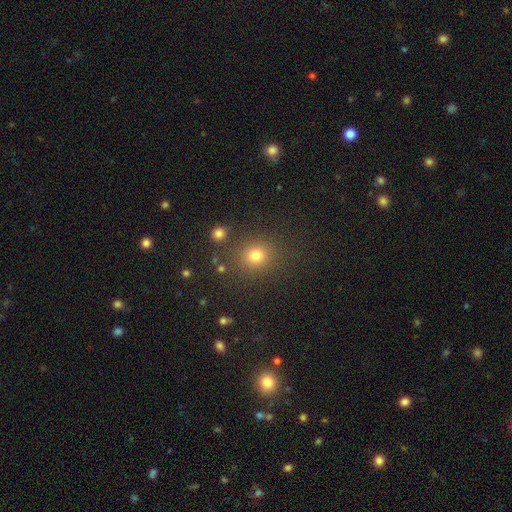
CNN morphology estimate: This is likely a smooth galaxy (76%). How rounded: clearly round (82%). Merging: clearly none (84%).